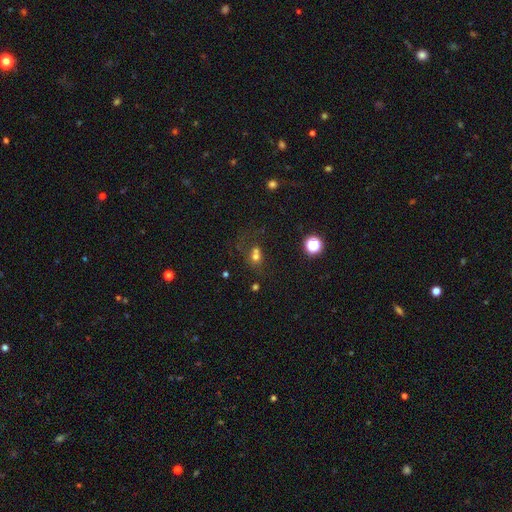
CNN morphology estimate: Smooth or featured: smooth — 63% (star or artifact — 21%)
How rounded: round — 70% (in between — 28%)
Merging: merger — 48% (none — 34%)